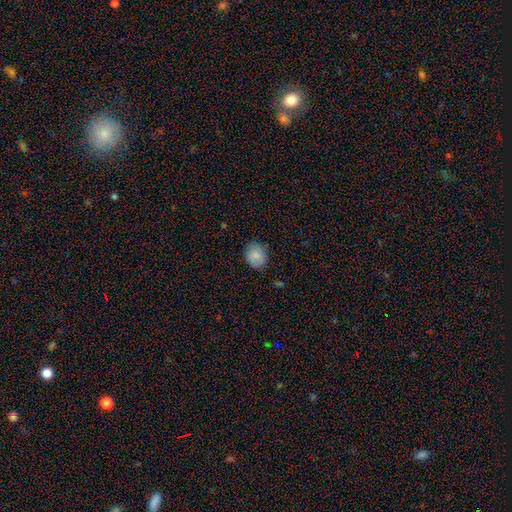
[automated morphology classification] This appears to be a smooth galaxy with no disk features (84%) that is round (64%). Merging: none (81%).